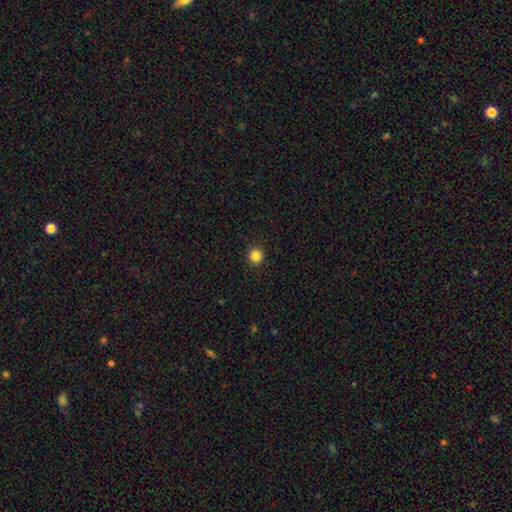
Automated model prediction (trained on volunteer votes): Q: Smooth or featured?
A: smooth (85%); runner-up: star or artifact (11%)
Q: How rounded?
A: round (93%); runner-up: in between (6%)
Q: Merging?
A: none (92%); runner-up: minor disturbance (5%)